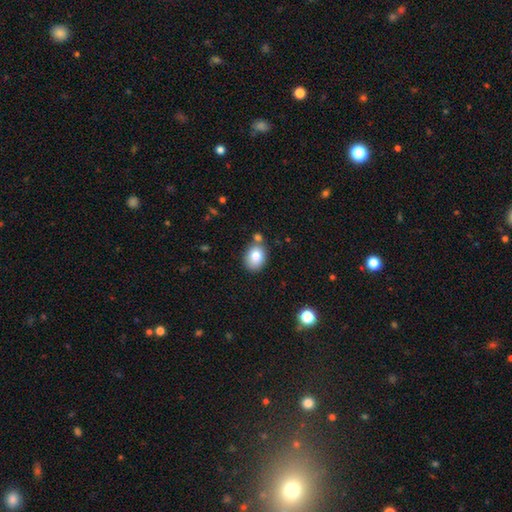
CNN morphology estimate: Smooth or featured? smooth (81%)
How rounded? in between (57%)
Merging? none (67%)